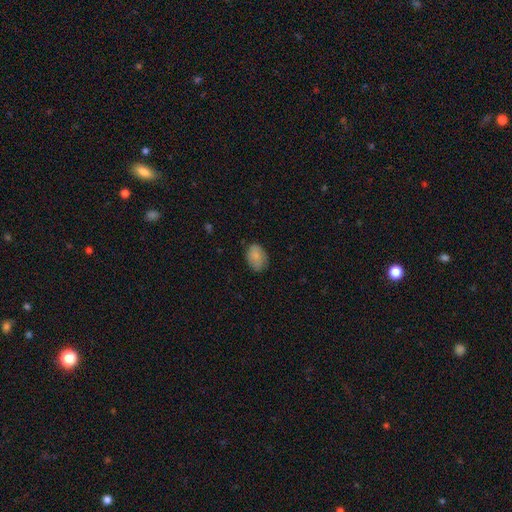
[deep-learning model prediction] smooth-or-featured: smooth: 83% | featured or disk: 10% | star or artifact: 7%
  how-rounded: in between: 77% | round: 22% | cigar-shaped: 1%
  merging: none: 74% | minor disturbance: 21% | major disturbance: 4% | merger: 1%